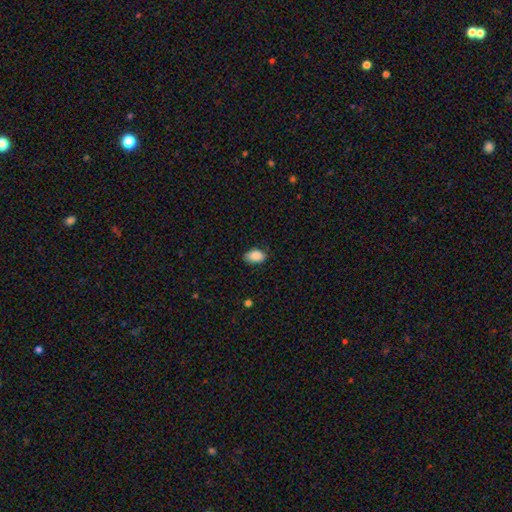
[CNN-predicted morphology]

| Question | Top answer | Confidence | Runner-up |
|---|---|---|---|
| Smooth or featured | smooth | 89% | star or artifact (7%) |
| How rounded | in between | 90% | round (9%) |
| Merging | none | 78% | minor disturbance (18%) |